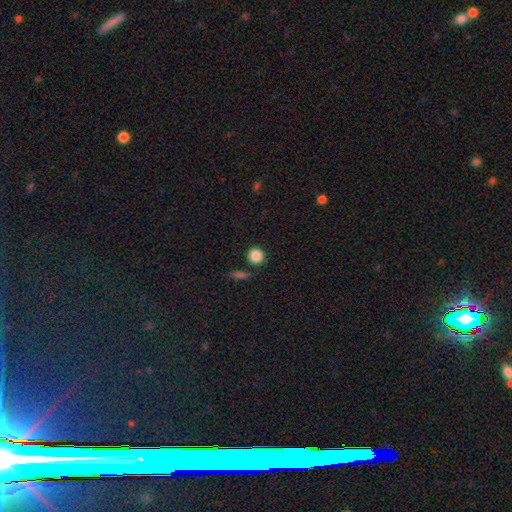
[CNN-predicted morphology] Q: Smooth or featured?
A: smooth (87%); runner-up: star or artifact (10%)
Q: How rounded?
A: round (92%); runner-up: in between (7%)
Q: Merging?
A: none (82%); runner-up: minor disturbance (8%)